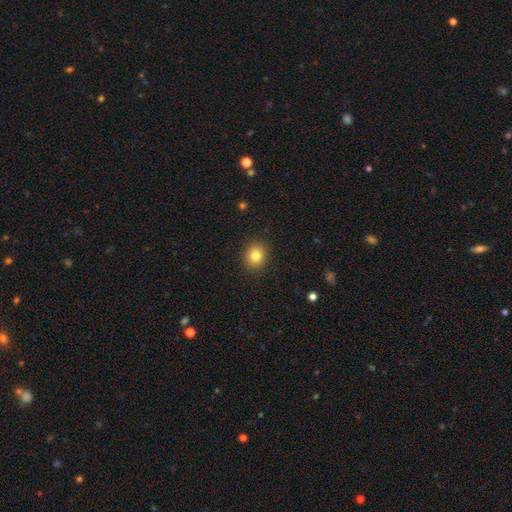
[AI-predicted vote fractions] Smooth or featured? smooth (81%)
How rounded? round (77%)
Merging? none (90%)